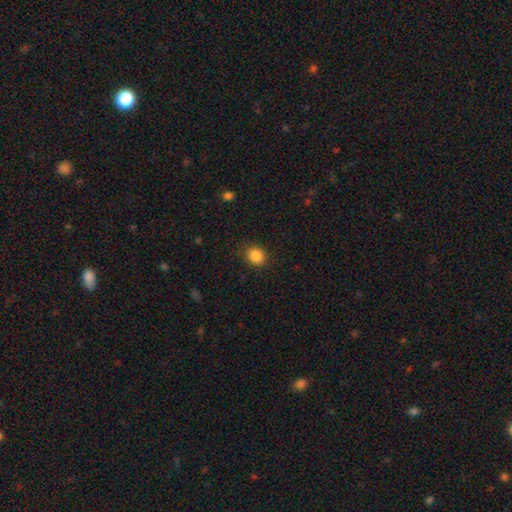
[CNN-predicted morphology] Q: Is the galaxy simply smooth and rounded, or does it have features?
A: smooth — 86%.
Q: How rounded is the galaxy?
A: round — 73%.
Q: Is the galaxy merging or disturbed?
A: none — 87%.